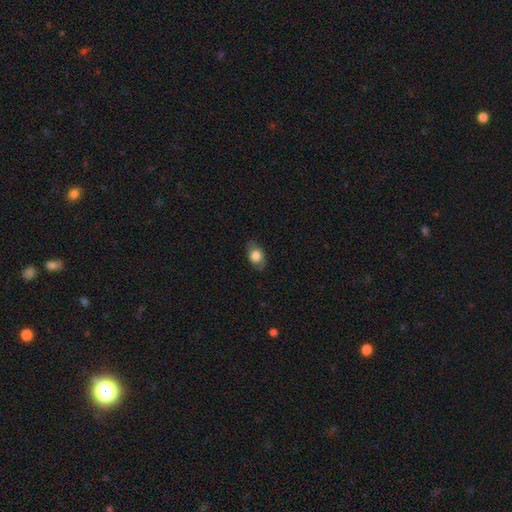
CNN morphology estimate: A smooth galaxy with no disk features (71%) that is in between round and cigar-shaped (79%). Merging: none (77%).